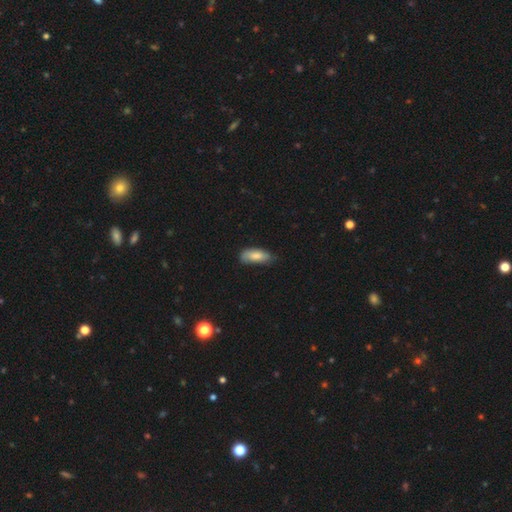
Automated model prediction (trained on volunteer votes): Overall: smooth (76%). How rounded: in between (80%). Merging: none (60%; minor disturbance 32%).